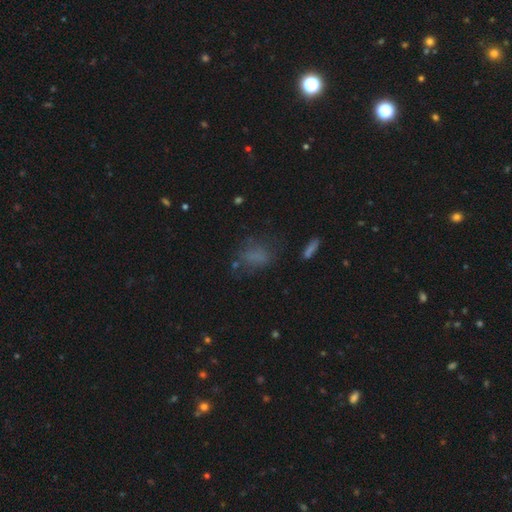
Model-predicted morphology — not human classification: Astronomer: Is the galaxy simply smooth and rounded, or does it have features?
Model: smooth — 64%.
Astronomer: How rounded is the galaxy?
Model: in between — 71%.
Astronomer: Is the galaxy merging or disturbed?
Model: none — 56%.